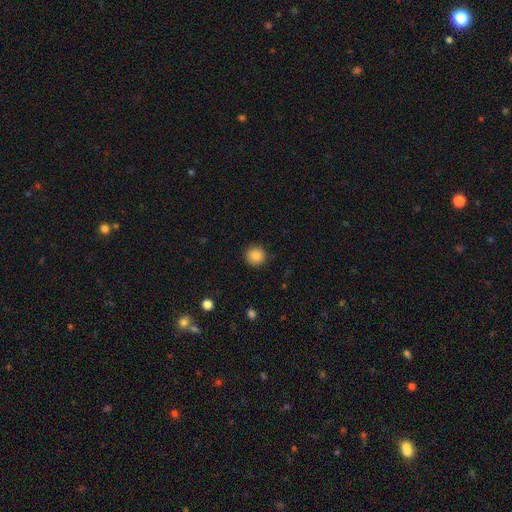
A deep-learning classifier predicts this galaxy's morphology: type=smooth (86%); roundness=round (94%); merging=none (90%).